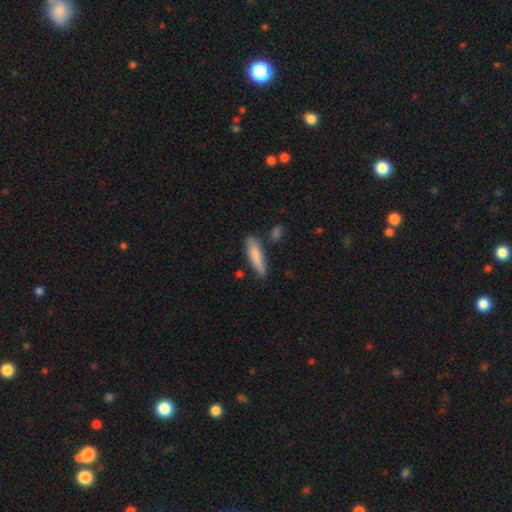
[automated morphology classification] Overall: smooth (82%). How rounded: cigar-shaped (70%). Merging: none (73%).